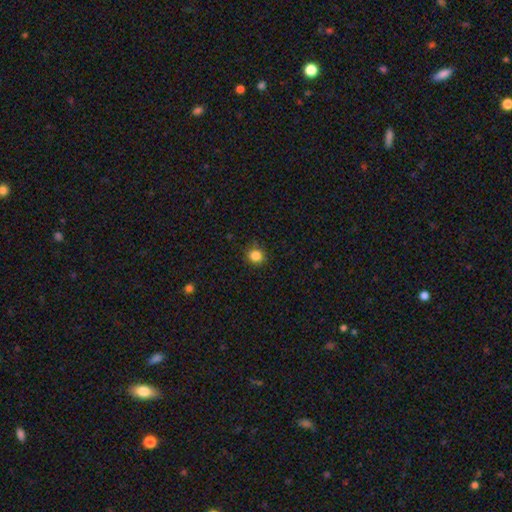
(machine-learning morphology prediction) The model was most divided on "smooth or featured": smooth: 84%, star or artifact: 12%, featured or disk: 4%. More confident: how rounded — round (87%); merging — none (87%).